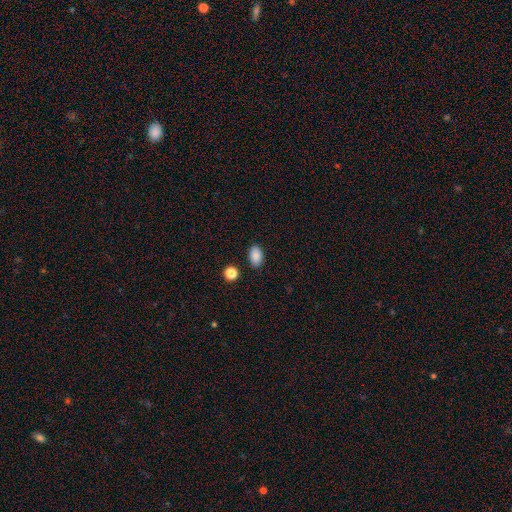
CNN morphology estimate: smooth_or_featured: smooth (p=0.87) [alt: star or artifact p=0.09]
how_rounded: in between (p=0.89) [alt: round p=0.10]
merging: none (p=0.86) [alt: minor disturbance p=0.09]